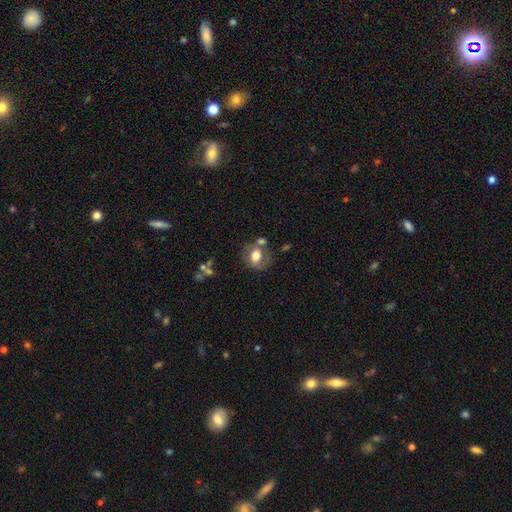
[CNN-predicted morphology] smooth 66%, featured or disk 25%, star or artifact 9%. Down the decision tree: how rounded — round (64%); merging — none (62%).